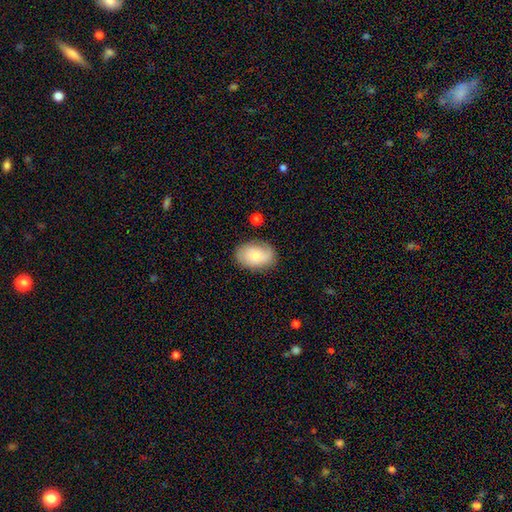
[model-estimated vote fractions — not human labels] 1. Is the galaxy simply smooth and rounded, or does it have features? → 65% smooth, 28% featured or disk, 7% star or artifact.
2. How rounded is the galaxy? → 83% in between, 16% round, 1% cigar-shaped.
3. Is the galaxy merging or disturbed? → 77% none, 16% minor disturbance, 4% major disturbance, 2% merger.